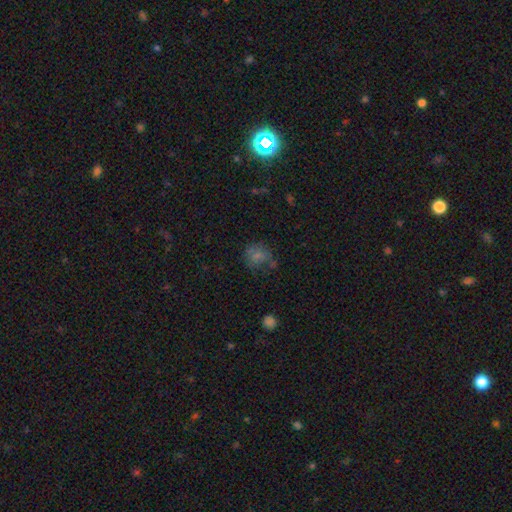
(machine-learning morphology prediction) smooth-or-featured: smooth: 45% | star or artifact: 39% | featured or disk: 17%
  merging: none: 67% | minor disturbance: 18% | major disturbance: 10% | merger: 5%